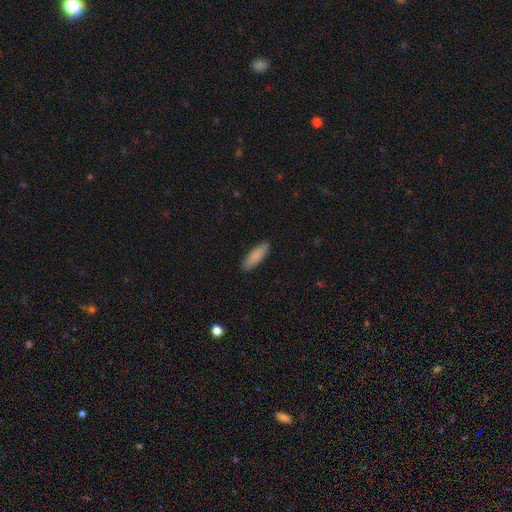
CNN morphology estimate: Smooth or featured? Predicted: smooth (p=0.86). How rounded? Predicted: in between (p=0.55). Merging? Predicted: none (p=0.89).